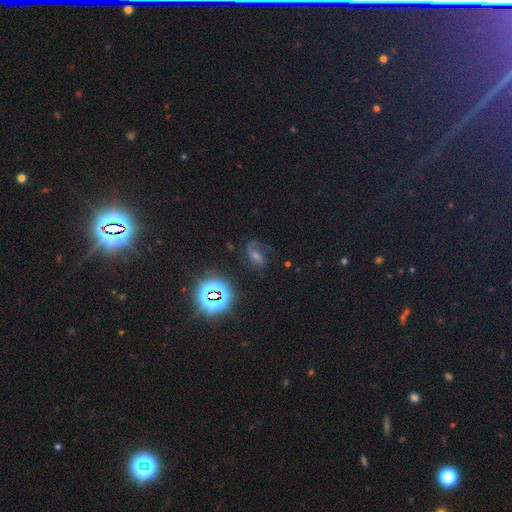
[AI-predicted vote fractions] Morphology: type=featured or disk (47%); merging=none (63%).